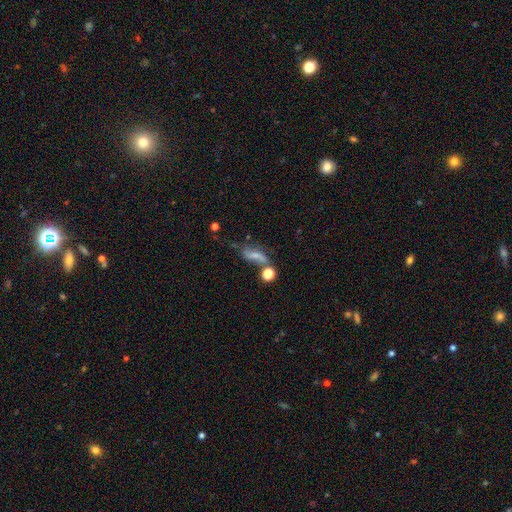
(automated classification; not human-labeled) The model was most divided on "smooth or featured": featured or disk: 54%, smooth: 33%, star or artifact: 13%. Remaining: edge-on disk — no (88%); merging — none (44%).